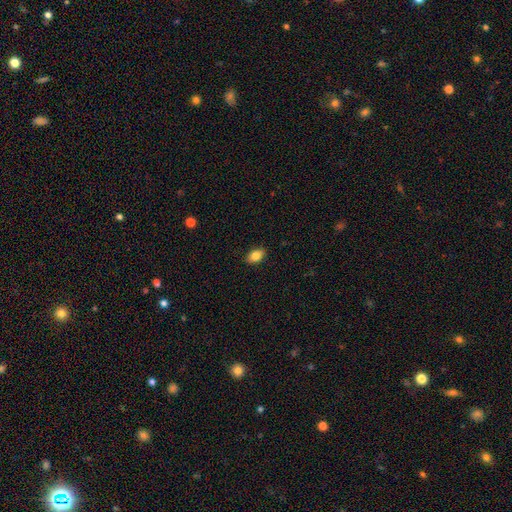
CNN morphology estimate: Overall: smooth (84%). How rounded: in between (85%). Merging: none (88%).